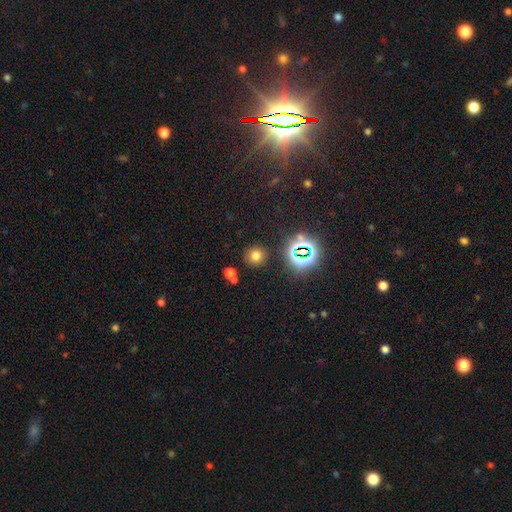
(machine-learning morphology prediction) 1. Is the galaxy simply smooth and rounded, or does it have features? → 68% smooth, 24% star or artifact, 8% featured or disk.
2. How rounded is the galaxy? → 91% round, 8% in between, 1% cigar-shaped.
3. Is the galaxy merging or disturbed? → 85% none, 7% minor disturbance, 4% merger, 3% major disturbance.